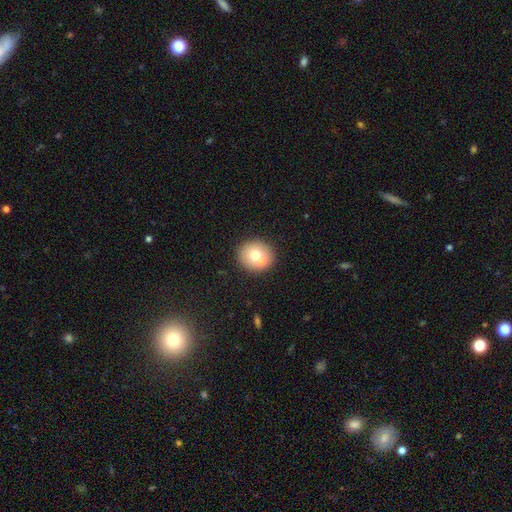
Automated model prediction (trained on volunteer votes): This is likely a smooth galaxy (67%). How rounded: clearly round (86%). Merging: likely none (61%).